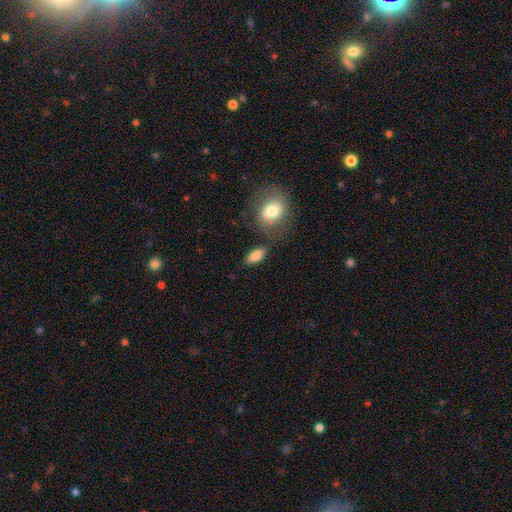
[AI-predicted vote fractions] The model was most divided on "merging": none: 73%, minor disturbance: 15%, merger: 8%, major disturbance: 5%. More confident: how rounded — in between (87%); smooth or featured — smooth (83%).